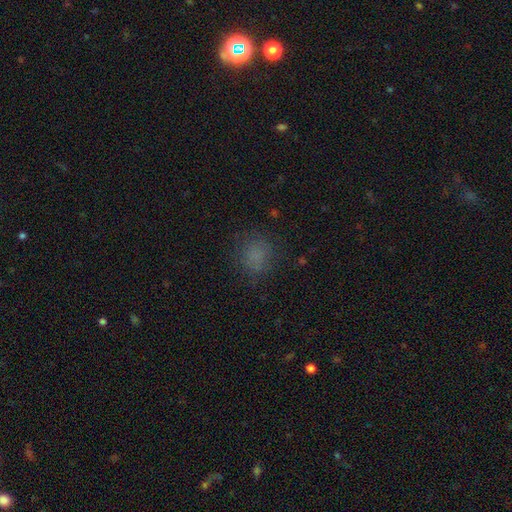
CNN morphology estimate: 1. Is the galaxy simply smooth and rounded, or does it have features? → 74% smooth, 18% star or artifact, 8% featured or disk.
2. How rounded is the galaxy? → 76% round, 23% in between, 1% cigar-shaped.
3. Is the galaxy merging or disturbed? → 78% none, 14% minor disturbance, 7% major disturbance, 1% merger.